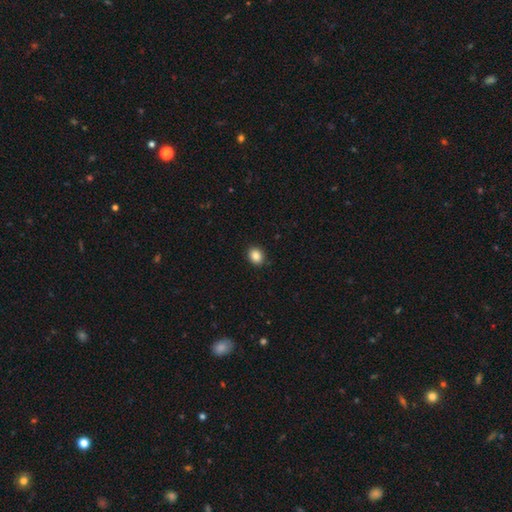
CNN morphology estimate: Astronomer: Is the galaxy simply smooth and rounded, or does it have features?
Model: smooth — 87%.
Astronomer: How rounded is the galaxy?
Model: round — 55% (runner-up: in between, 44%).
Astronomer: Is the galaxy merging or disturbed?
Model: none — 91%.